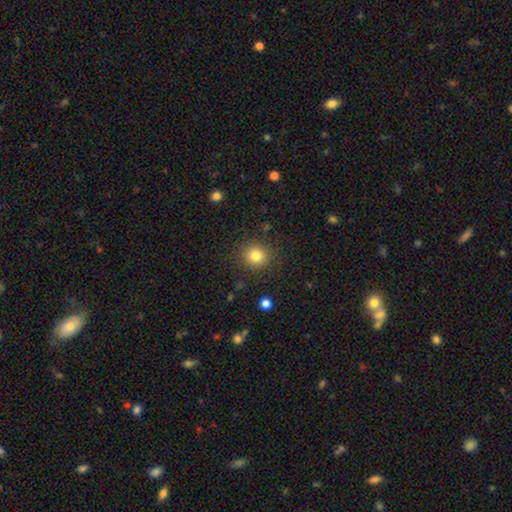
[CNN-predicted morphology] smooth 82%, star or artifact 12%, featured or disk 6%. Down the decision tree: how rounded — round (88%); merging — none (88%).